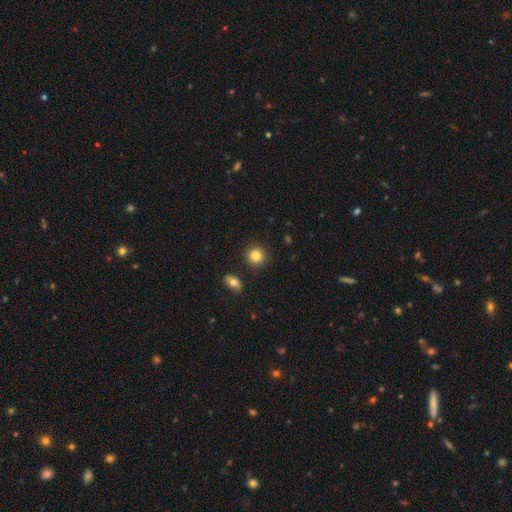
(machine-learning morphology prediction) Q: Smooth or featured?
A: smooth (83%); runner-up: star or artifact (9%)
Q: How rounded?
A: round (90%); runner-up: in between (9%)
Q: Merging?
A: none (89%); runner-up: minor disturbance (6%)